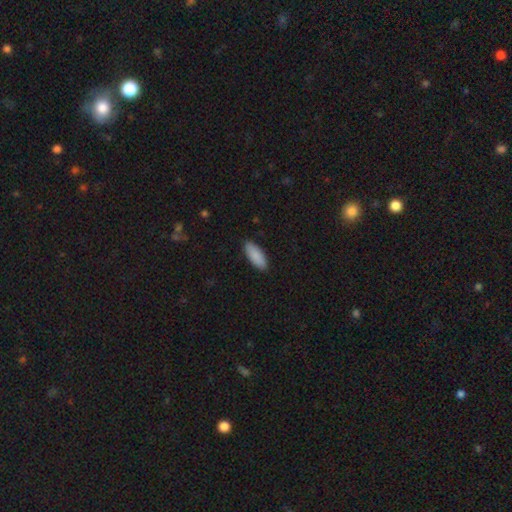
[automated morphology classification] Smooth or featured: smooth — 90% (star or artifact — 5%)
How rounded: in between — 78% (cigar-shaped — 20%)
Merging: none — 89% (minor disturbance — 8%)